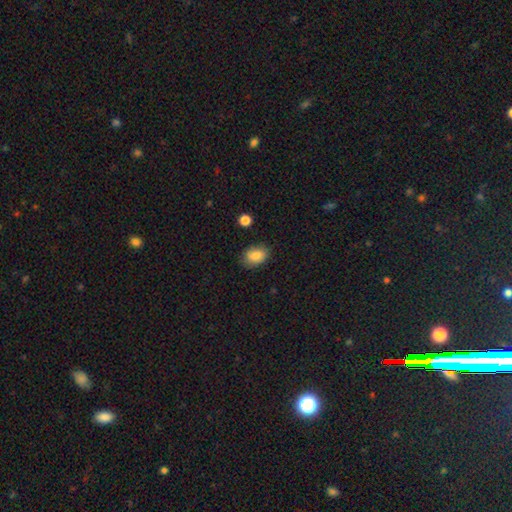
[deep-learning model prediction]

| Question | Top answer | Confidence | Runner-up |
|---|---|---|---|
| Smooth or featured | smooth | 86% | star or artifact (8%) |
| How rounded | in between | 82% | round (16%) |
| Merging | none | 80% | minor disturbance (15%) |